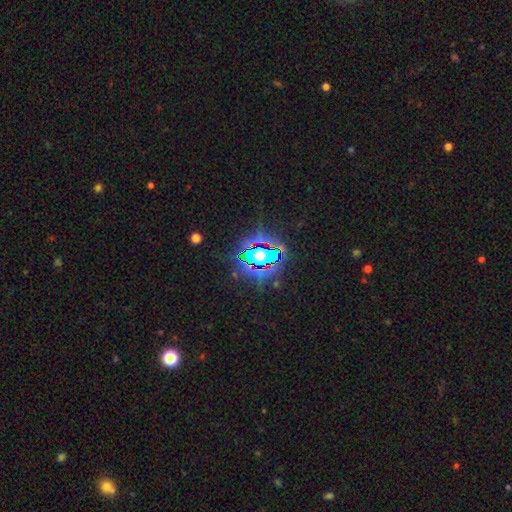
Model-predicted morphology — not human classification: type=star or artifact (77%).